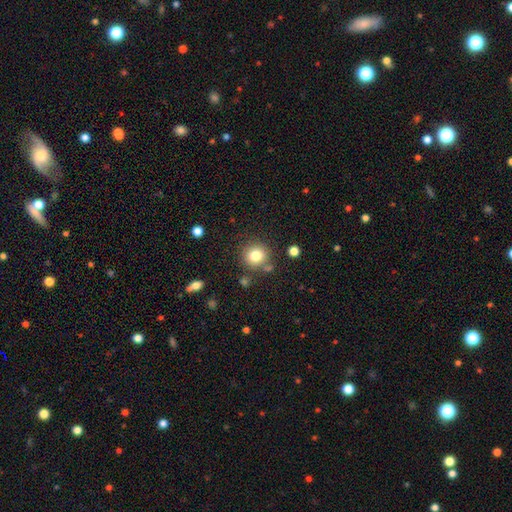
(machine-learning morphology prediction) A smooth galaxy with no disk features (81%) that is round (90%). Merging: none (80%).